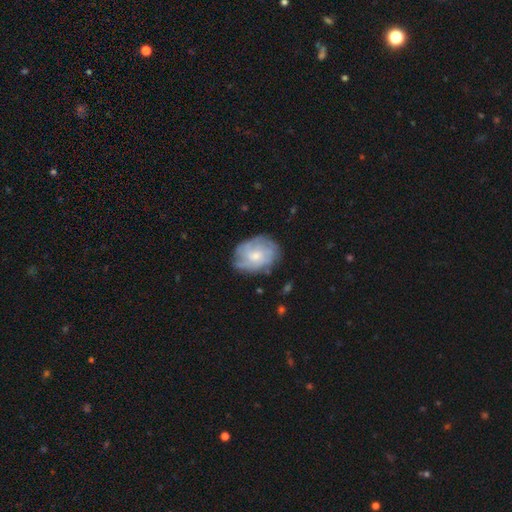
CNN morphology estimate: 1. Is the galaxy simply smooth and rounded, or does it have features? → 61% featured or disk, 32% smooth, 7% star or artifact.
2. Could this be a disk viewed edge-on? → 97% no, 3% yes.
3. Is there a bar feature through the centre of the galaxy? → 76% no, 21% weak, 3% strong.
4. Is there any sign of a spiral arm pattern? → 72% yes, 28% no.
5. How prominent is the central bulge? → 56% small, 38% moderate, 3% none, 2% large, 1% dominant.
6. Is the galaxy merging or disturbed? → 69% none, 21% minor disturbance, 8% major disturbance, 1% merger.